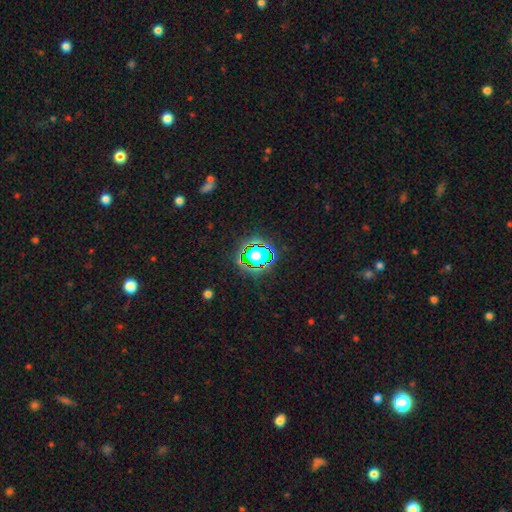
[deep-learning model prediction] Smooth or featured?
  - star or artifact: 55% *
  - smooth: 31%
  - featured or disk: 13%